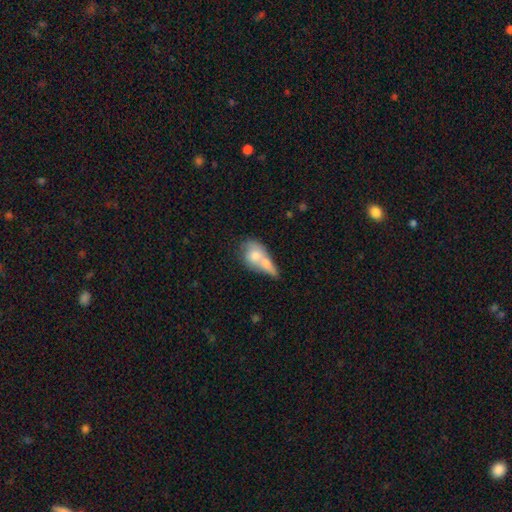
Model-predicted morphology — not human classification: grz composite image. It shows a smooth galaxy with no disk features (66%) that is in between round and cigar-shaped (55%). Merging: merger (71%).